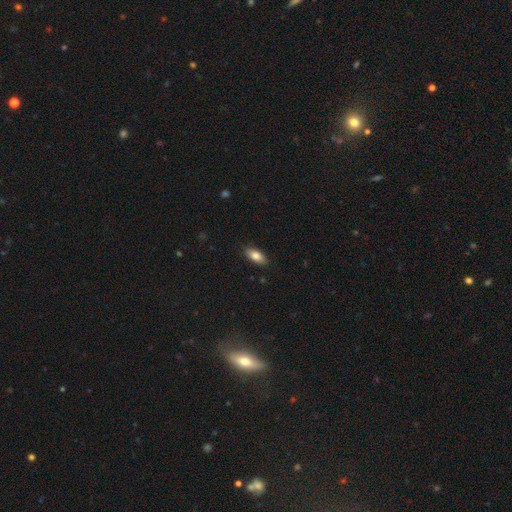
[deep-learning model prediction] smooth 82%, featured or disk 11%, star or artifact 7%. Down the decision tree: how rounded — in between (85%); merging — none (88%).